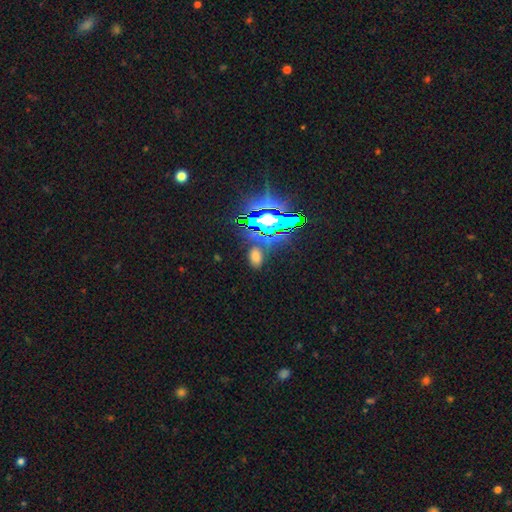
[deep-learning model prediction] A smooth galaxy with no disk features (53%) that is in between round and cigar-shaped (85%).

Vote fractions:
- Smooth or featured? smooth: 53% / star or artifact: 39% / featured or disk: 9%
- How rounded? in between: 85% / round: 12% / cigar-shaped: 3%
- Merging? none: 78% / minor disturbance: 12% / merger: 5% / major disturbance: 5%